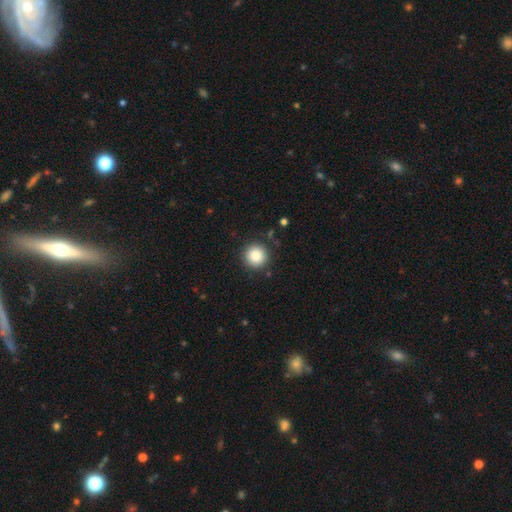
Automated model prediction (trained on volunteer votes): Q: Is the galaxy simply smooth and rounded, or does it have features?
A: smooth — 87%.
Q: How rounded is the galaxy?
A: round — 95%.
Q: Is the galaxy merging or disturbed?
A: none — 90%.